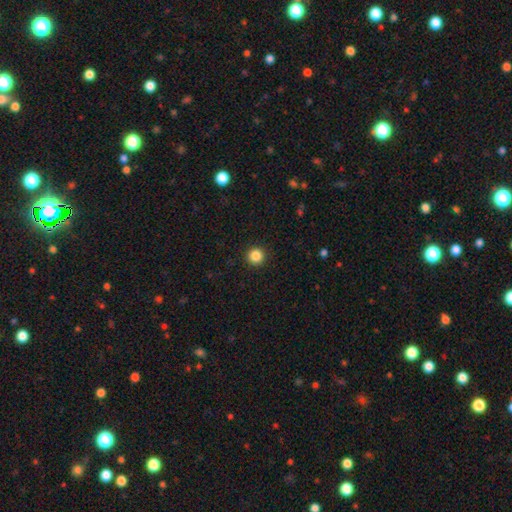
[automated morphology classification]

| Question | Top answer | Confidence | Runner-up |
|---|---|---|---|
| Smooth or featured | smooth | 85% | star or artifact (11%) |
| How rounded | round | 96% | in between (4%) |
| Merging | none | 93% | minor disturbance (4%) |